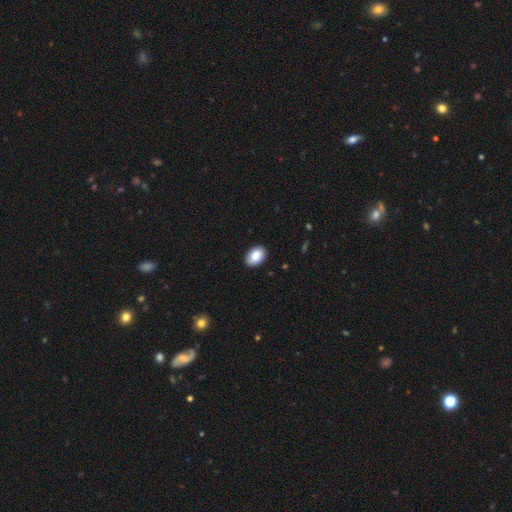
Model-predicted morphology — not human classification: A smooth galaxy with no disk features (87%) that is in between round and cigar-shaped (86%). Merging: none (89%).